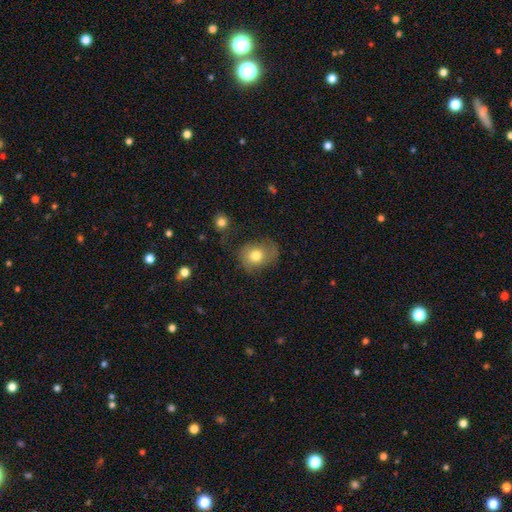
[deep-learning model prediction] Smooth or featured?
  - smooth: 74% *
  - featured or disk: 17%
  - star or artifact: 9%
How rounded?
  - round: 57% *
  - in between: 42%
  - cigar-shaped: 1%
Merging?
  - none: 52% *
  - minor disturbance: 29%
  - major disturbance: 16%
  - merger: 3%